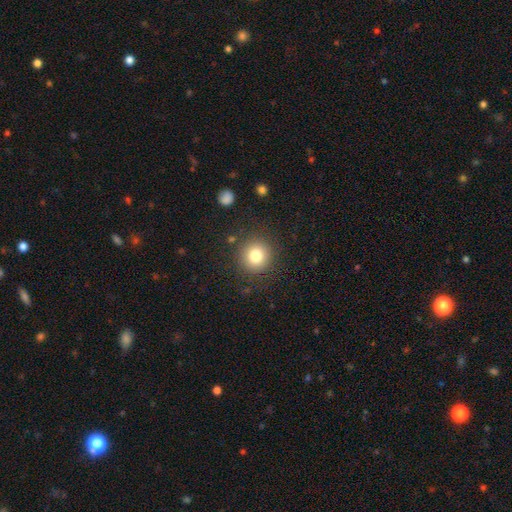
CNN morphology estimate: This appears to be a smooth galaxy with no disk features (79%) that is round (93%). Merging: none (88%).